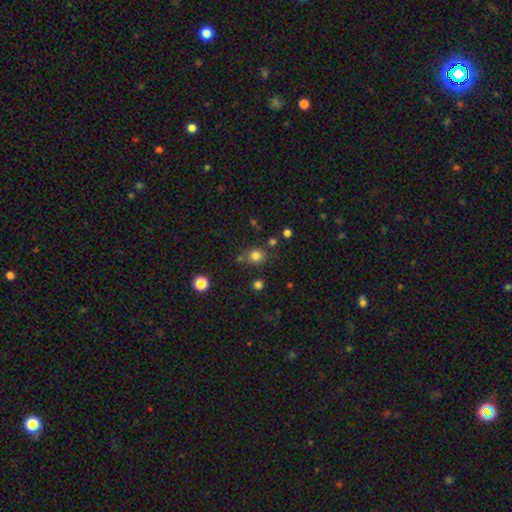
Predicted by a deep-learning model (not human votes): A smooth galaxy with no disk features (79%) that is round (82%).

Vote fractions:
- Smooth or featured? smooth: 79% / star or artifact: 15% / featured or disk: 6%
- How rounded? round: 82% / in between: 17% / cigar-shaped: 1%
- Merging? none: 77% / minor disturbance: 10% / merger: 9% / major disturbance: 3%